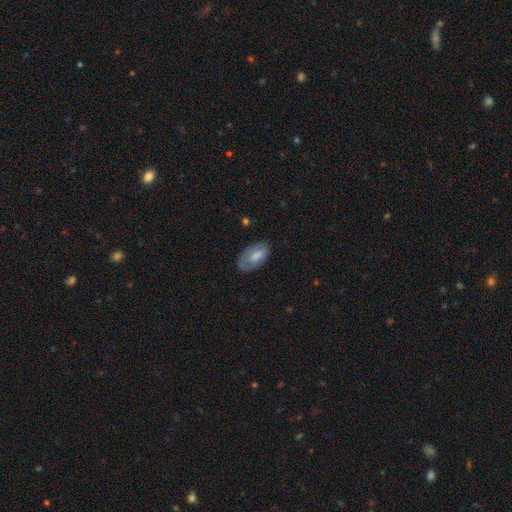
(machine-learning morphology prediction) Smooth or featured? smooth (70%)
How rounded? in between (93%)
Merging? none (69%)